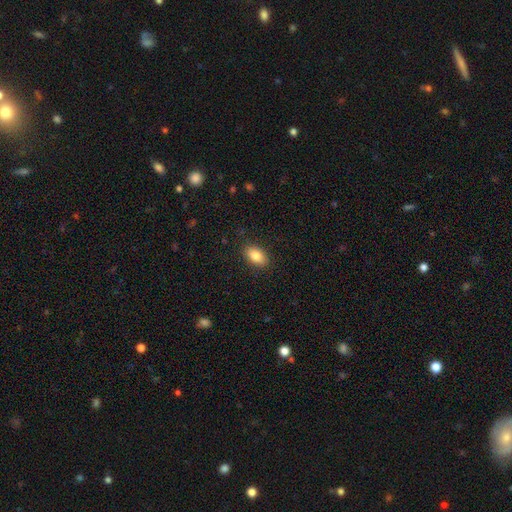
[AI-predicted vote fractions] Overall: smooth (84%). How rounded: in between (91%). Merging: none (88%).